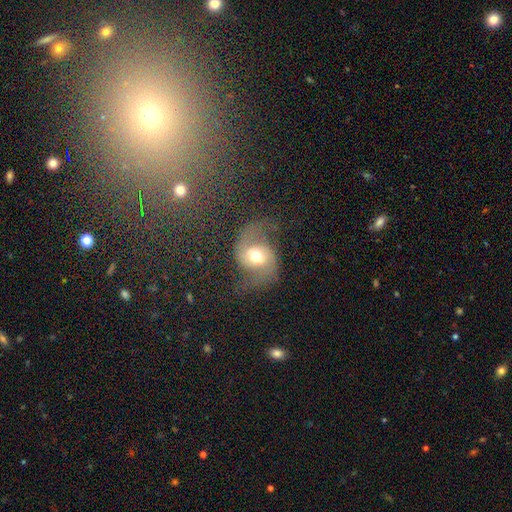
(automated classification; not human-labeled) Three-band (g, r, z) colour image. It shows a featured or disk galaxy (81%) with no bar (54%), 2 (93%) loose (58%) spiral arms (94%) and a moderate central bulge (71%). Merging: none (63%).